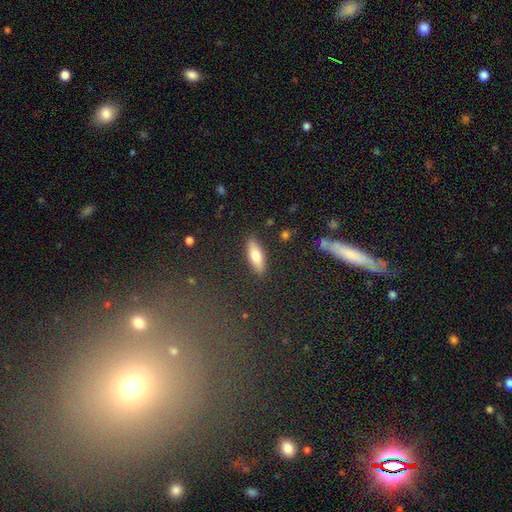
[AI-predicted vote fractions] A smooth galaxy with no disk features (72%) that is in between round and cigar-shaped (55%).

Vote fractions:
- Smooth or featured? smooth: 72% / featured or disk: 22% / star or artifact: 6%
- How rounded? in between: 55% / cigar-shaped: 43% / round: 2%
- Merging? none: 87% / minor disturbance: 9% / major disturbance: 2% / merger: 2%